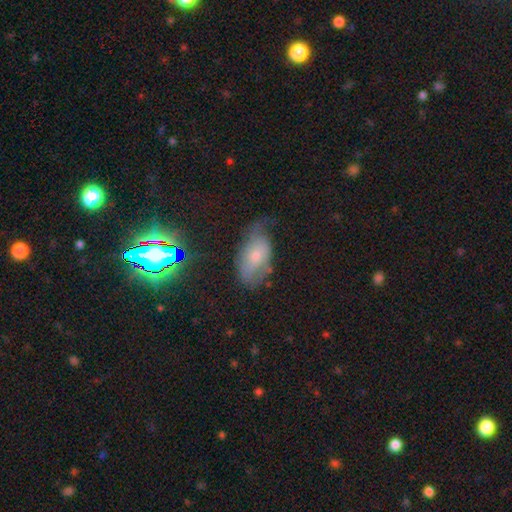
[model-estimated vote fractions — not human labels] Smooth or featured?
  - smooth: 45% *
  - featured or disk: 41%
  - star or artifact: 14%
Merging?
  - none: 40% *
  - minor disturbance: 34%
  - major disturbance: 23%
  - merger: 2%